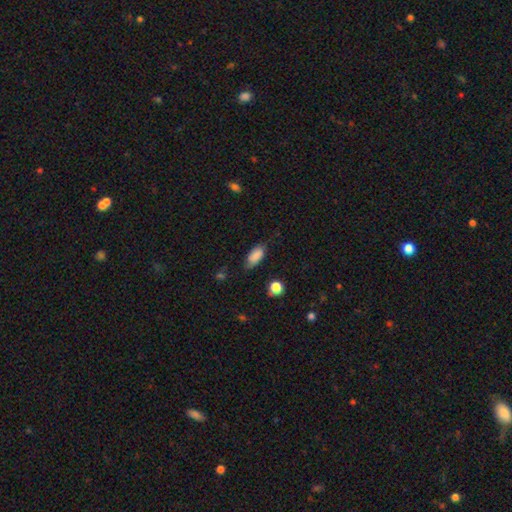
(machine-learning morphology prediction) A smooth galaxy with no disk features (83%) that is in between round and cigar-shaped (88%). Merging: none (66%).